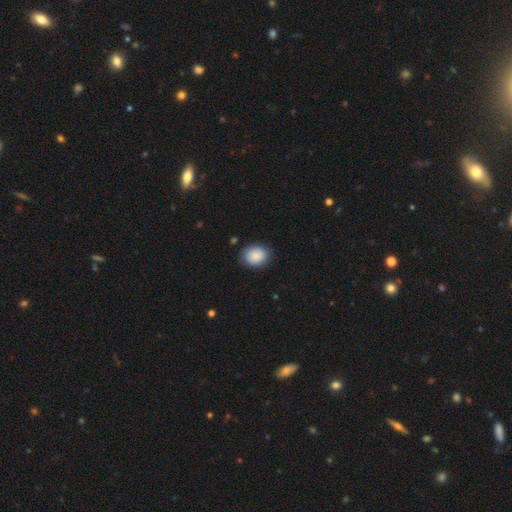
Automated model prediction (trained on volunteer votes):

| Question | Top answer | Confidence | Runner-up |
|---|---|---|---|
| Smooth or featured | smooth | 87% | star or artifact (7%) |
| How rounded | in between | 51% | round (48%) |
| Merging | none | 80% | minor disturbance (15%) |